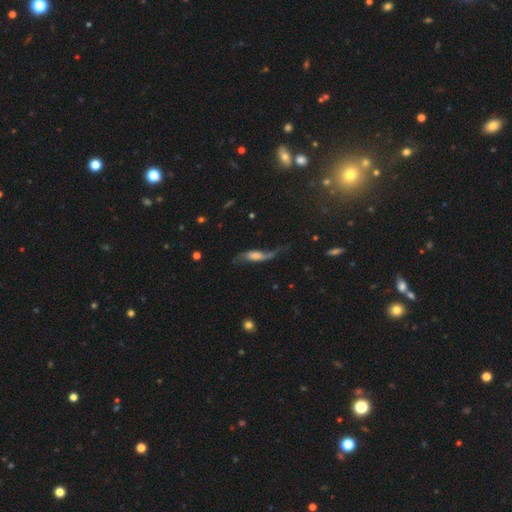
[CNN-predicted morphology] This appears to be a featured or disk galaxy (67%) with no bar (50%), spiral arms (90%) and no central bulge (27%). Merging: none (48%).